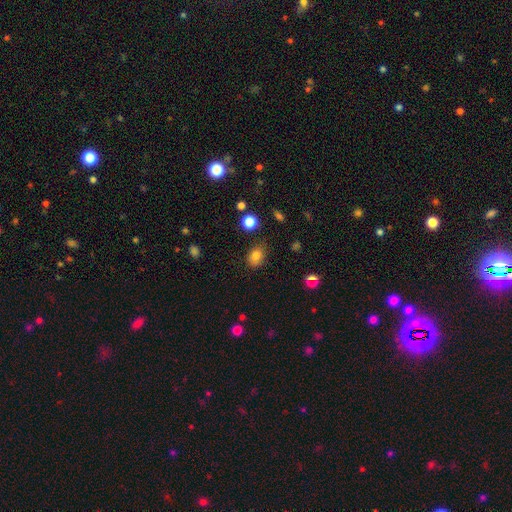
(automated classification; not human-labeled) Smooth or featured? smooth (81%)
How rounded? in between (60%)
Merging? none (76%)